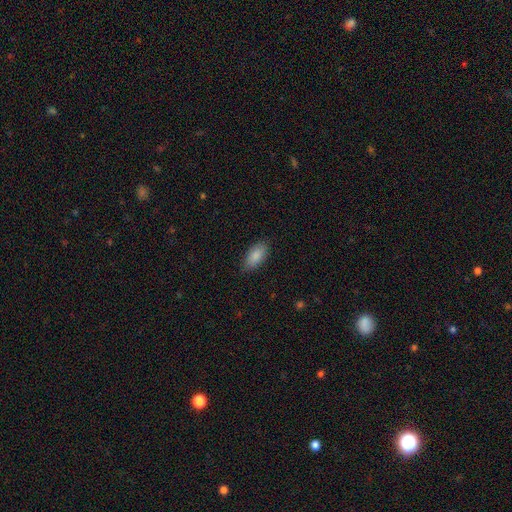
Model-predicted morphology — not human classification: A smooth galaxy with no disk features (86%) that is in between round and cigar-shaped (90%). Merging: none (82%).